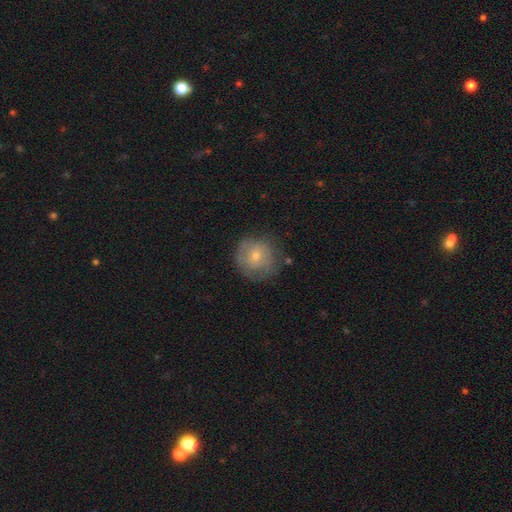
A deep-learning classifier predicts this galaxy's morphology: smooth-or-featured: smooth: 50% | featured or disk: 41% | star or artifact: 9%
  merging: none: 74% | minor disturbance: 18% | major disturbance: 6% | merger: 2%